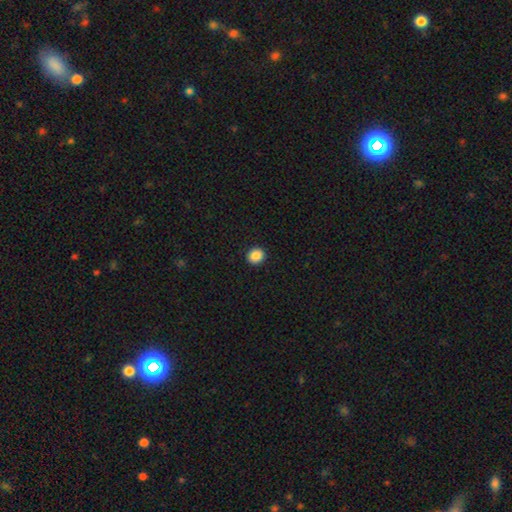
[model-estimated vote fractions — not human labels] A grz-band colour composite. It shows a smooth galaxy with no disk features (88%) that is round (80%). Merging: none (93%).